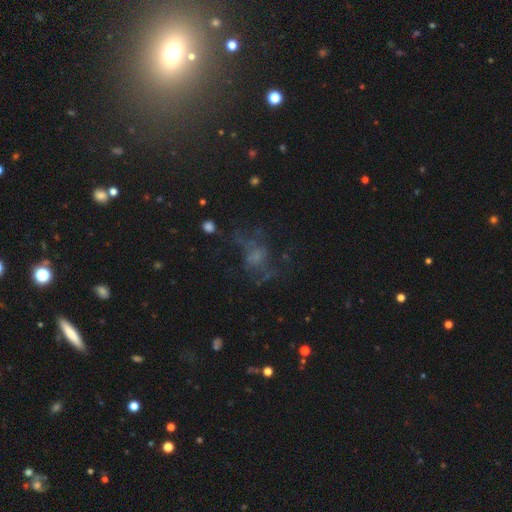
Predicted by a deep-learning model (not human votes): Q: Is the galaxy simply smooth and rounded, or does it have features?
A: featured or disk — 38%.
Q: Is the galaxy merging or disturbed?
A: none — 45%.